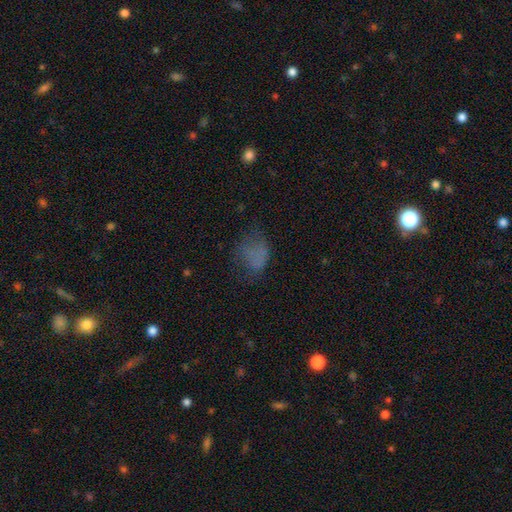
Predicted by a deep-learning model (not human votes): Smooth or featured? Predicted: smooth (p=0.61). How rounded? Predicted: in between (p=0.66). Merging? Predicted: none (p=0.42).